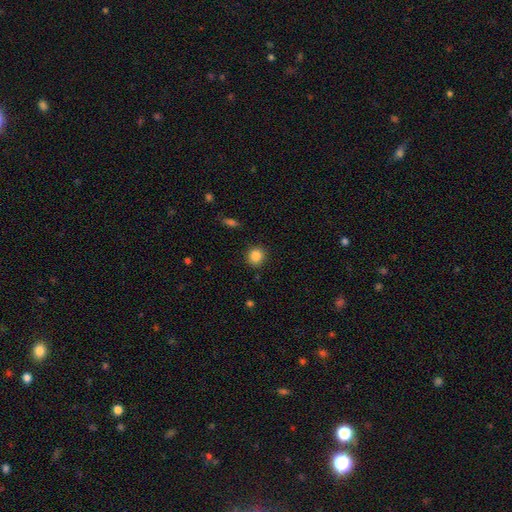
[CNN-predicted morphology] Smooth or featured: smooth — 86% (star or artifact — 10%)
How rounded: round — 88% (in between — 11%)
Merging: none — 89% (minor disturbance — 7%)